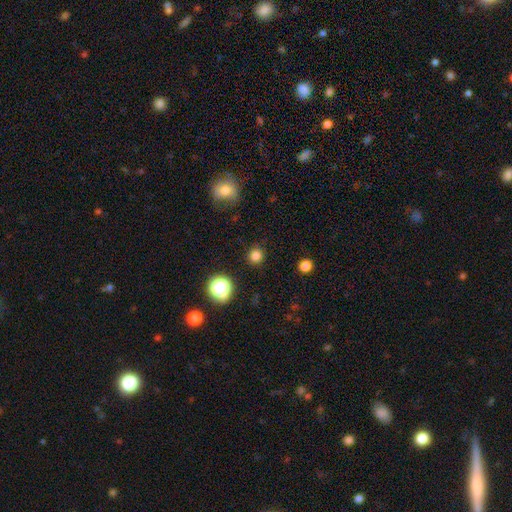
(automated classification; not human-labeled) This appears to be a smooth galaxy with no disk features (79%) that is round (92%). Merging: none (89%).